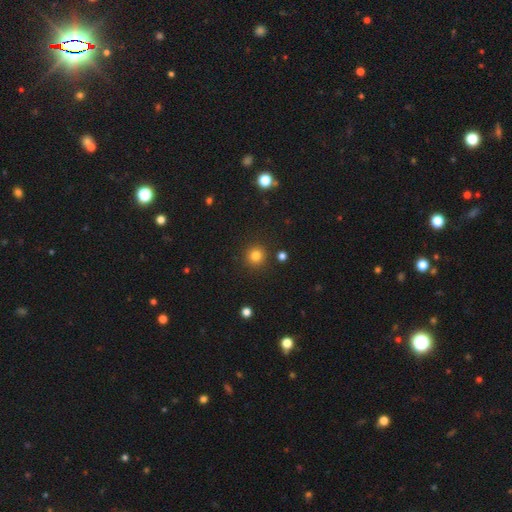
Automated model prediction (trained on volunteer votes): This appears to be a smooth galaxy with no disk features (82%) that is round (94%). Merging: none (90%).